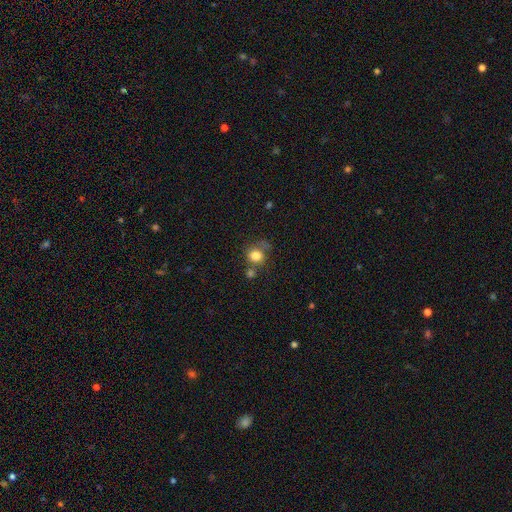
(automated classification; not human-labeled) smooth-or-featured: smooth: 80% | star or artifact: 11% | featured or disk: 10%
  how-rounded: round: 78% | in between: 21% | cigar-shaped: 1%
  merging: none: 51% | minor disturbance: 20% | merger: 19% | major disturbance: 11%